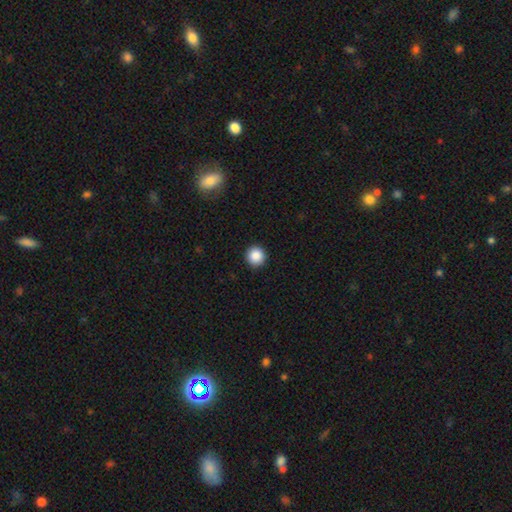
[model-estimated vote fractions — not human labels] A smooth galaxy with no disk features (88%) that is round (96%). Merging: none (93%).